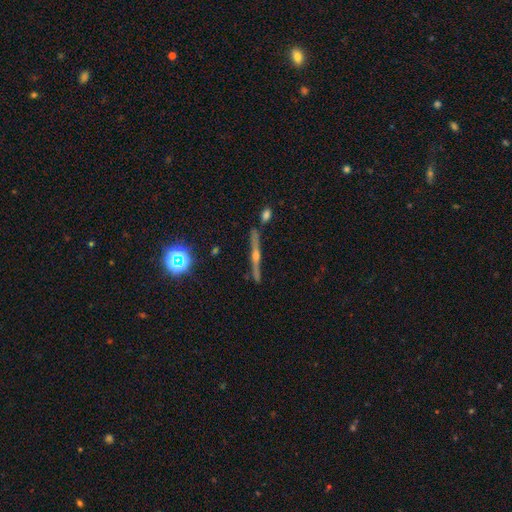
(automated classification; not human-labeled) Smooth or featured: featured or disk — 72% (smooth — 15%)
Edge-on disk: yes — 93% (no — 7%)
Edge-on bulge: rounded — 89% (none — 7%)
Merging: none — 80% (minor disturbance — 10%)